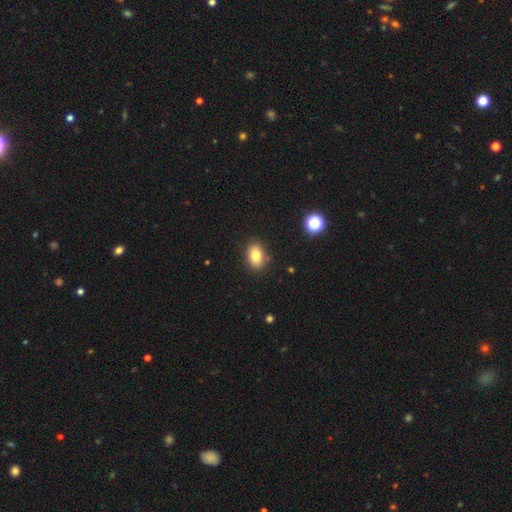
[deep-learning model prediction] This appears to be a smooth galaxy with no disk features (80%) that is in between round and cigar-shaped (81%). Merging: none (87%).